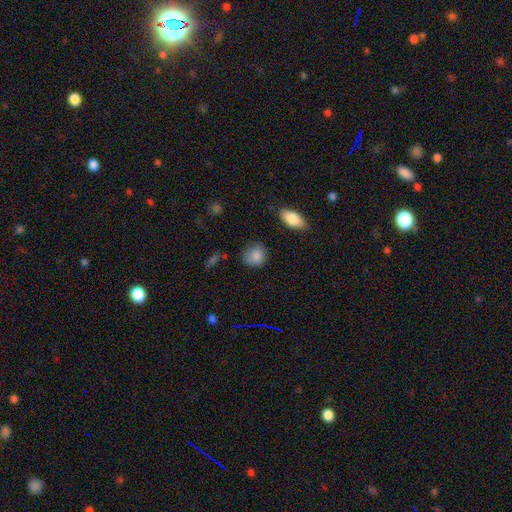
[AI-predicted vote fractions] A smooth galaxy with no disk features (85%) that is round (69%).

Vote fractions:
- Smooth or featured? smooth: 85% / star or artifact: 9% / featured or disk: 6%
- How rounded? round: 69% / in between: 30% / cigar-shaped: 2%
- Merging? none: 72% / minor disturbance: 21% / major disturbance: 5% / merger: 2%